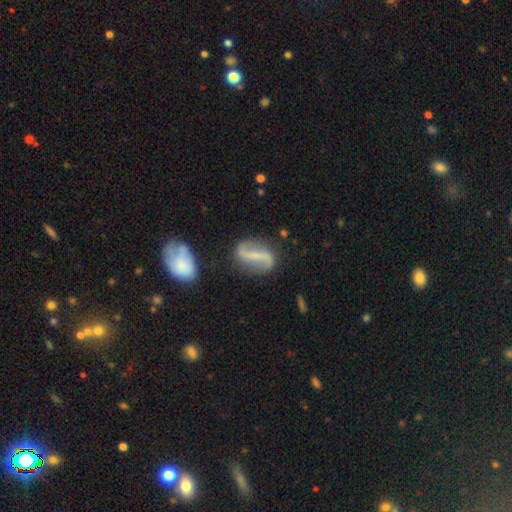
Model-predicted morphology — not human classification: Smooth or featured: featured or disk — 79% (smooth — 14%)
Edge-on disk: no — 95% (yes — 5%)
Bar: strong — 53% (weak — 31%)
Spiral arms: yes — 91% (no — 9%)
Spiral winding: loose — 73% (medium — 20%)
Spiral arm count: 2 — 91% (can't tell — 3%)
Bulge size: none — 43% (small — 42%)
Merging: none — 76% (minor disturbance — 14%)